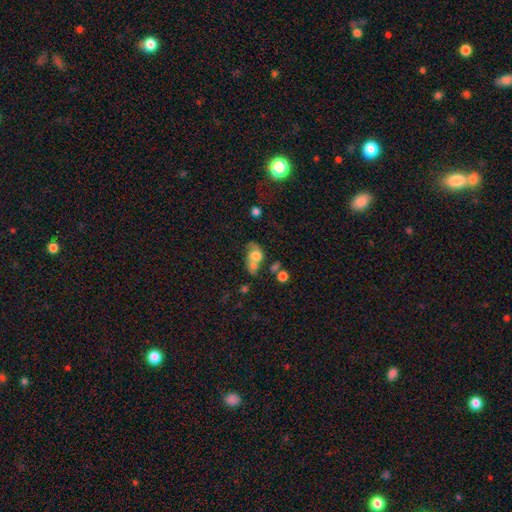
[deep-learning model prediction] Q: Smooth or featured?
A: smooth (59%); runner-up: featured or disk (30%)
Q: How rounded?
A: in between (59%); runner-up: round (39%)
Q: Merging?
A: merger (50%); runner-up: none (24%)